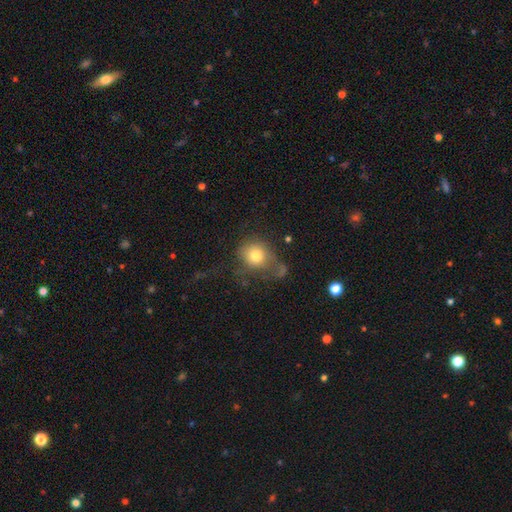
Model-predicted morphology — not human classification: Overall: smooth (74%). How rounded: round (79%). Merging: none (41%; major disturbance 30%).